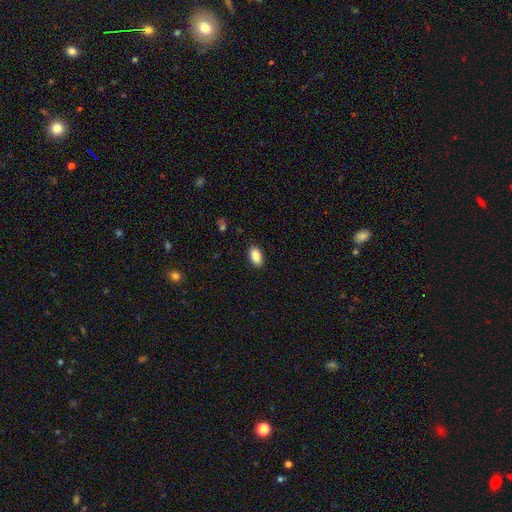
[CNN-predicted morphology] A smooth galaxy with no disk features (88%) that is in between round and cigar-shaped (93%). Merging: none (88%).